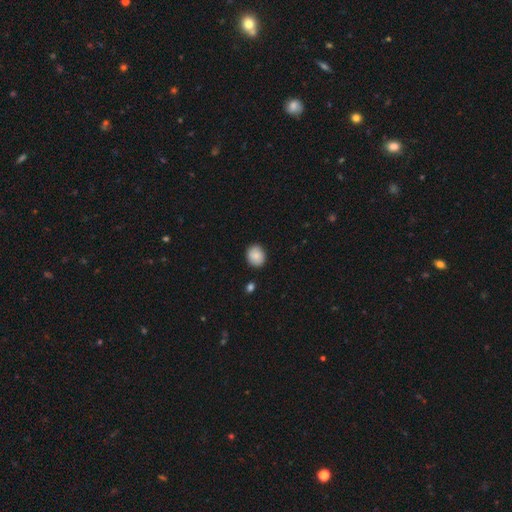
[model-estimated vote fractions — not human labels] A smooth galaxy with no disk features (88%) that is round (63%). Merging: none (88%).